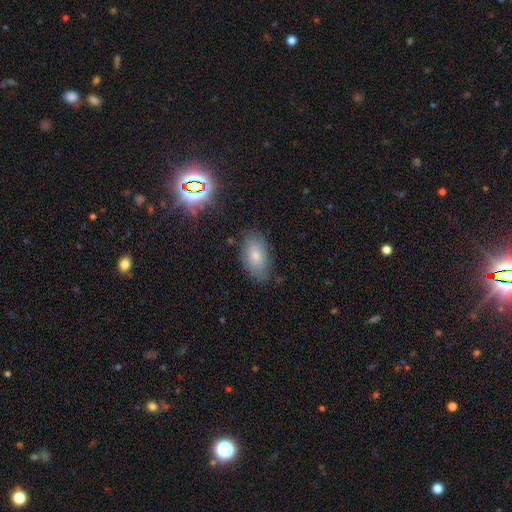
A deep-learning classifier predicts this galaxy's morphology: smooth_or_featured: smooth (p=0.70) [alt: featured or disk p=0.19]
how_rounded: in between (p=0.92) [alt: round p=0.06]
merging: none (p=0.77) [alt: minor disturbance p=0.17]